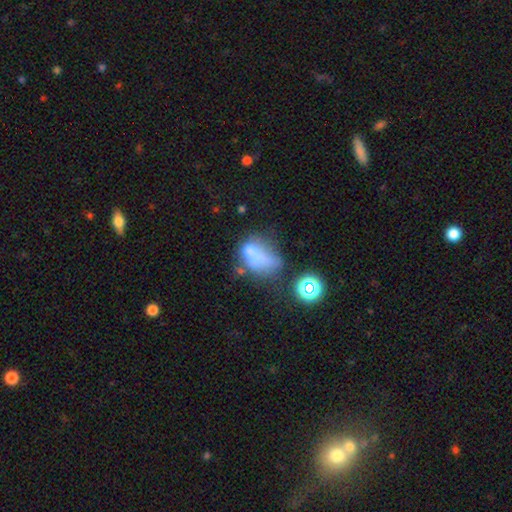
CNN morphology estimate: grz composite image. It shows a smooth galaxy with no disk features (53%) that is in between round and cigar-shaped (73%). Merging: major disturbance (30%).